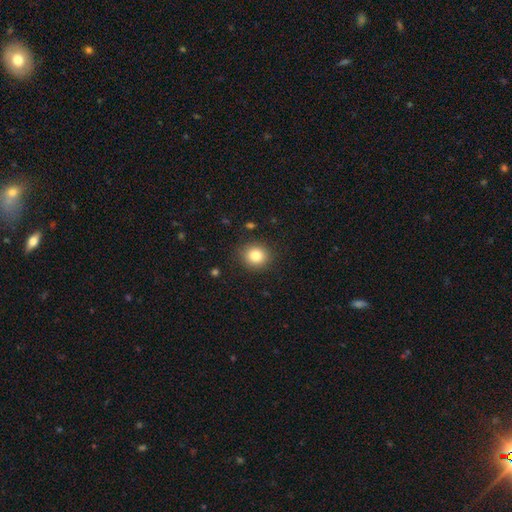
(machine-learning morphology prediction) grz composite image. It shows a smooth galaxy with no disk features (82%) that is round (84%). Merging: none (88%).